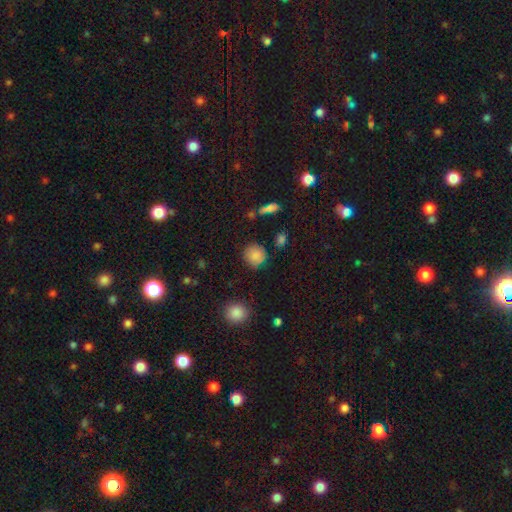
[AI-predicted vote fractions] The model was most divided on "merging": none: 78%, minor disturbance: 15%, major disturbance: 4%, merger: 3%. More confident: how rounded — round (89%); smooth or featured — smooth (81%).